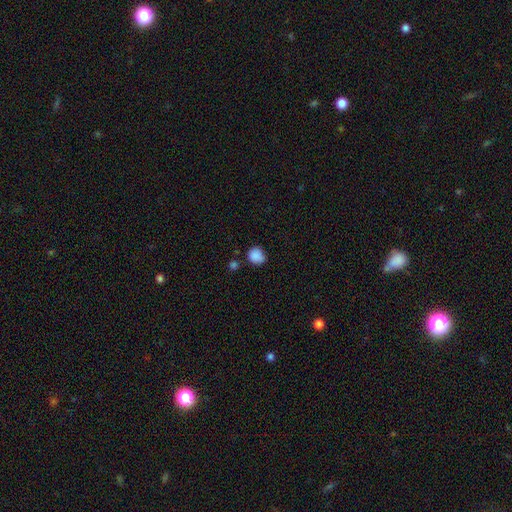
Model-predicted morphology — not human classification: Smooth or featured?
  - smooth: 87% *
  - star or artifact: 10%
  - featured or disk: 4%
How rounded?
  - round: 76% *
  - in between: 23%
  - cigar-shaped: 1%
Merging?
  - none: 70% *
  - minor disturbance: 19%
  - merger: 7%
  - major disturbance: 4%